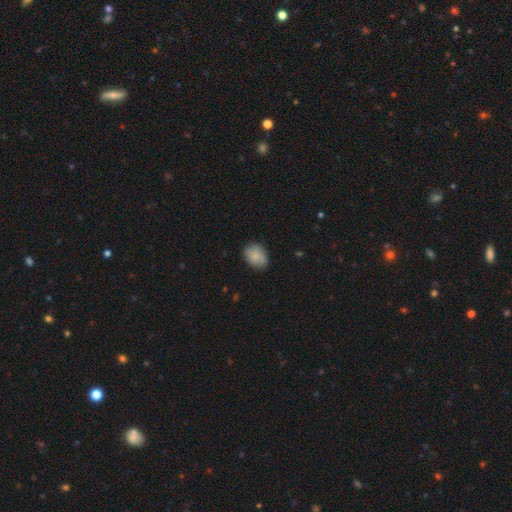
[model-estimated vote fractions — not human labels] The model was most divided on "how rounded": in between: 68%, round: 31%, cigar-shaped: 1%. More confident: smooth or featured — smooth (83%); merging — none (74%).